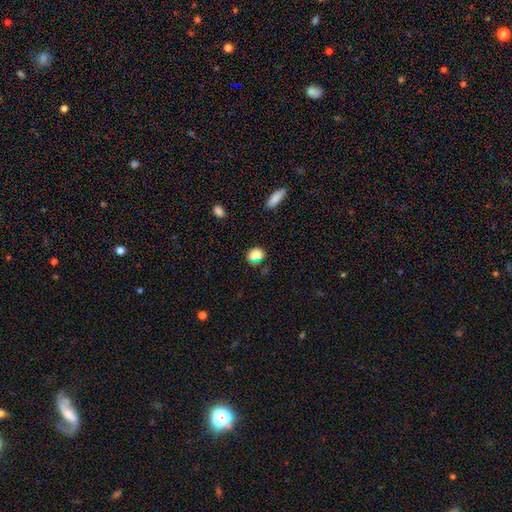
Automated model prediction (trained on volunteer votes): This appears to be a smooth galaxy with no disk features (80%) that is round (64%). Merging: none (76%).